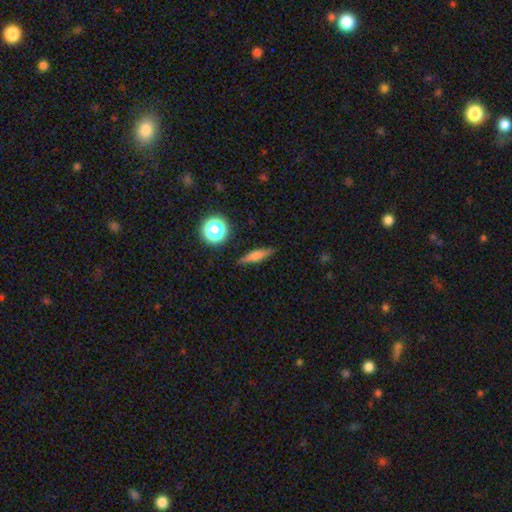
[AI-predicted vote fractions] A smooth galaxy with no disk features (60%) that is cigar-shaped (70%). Merging: none (86%).